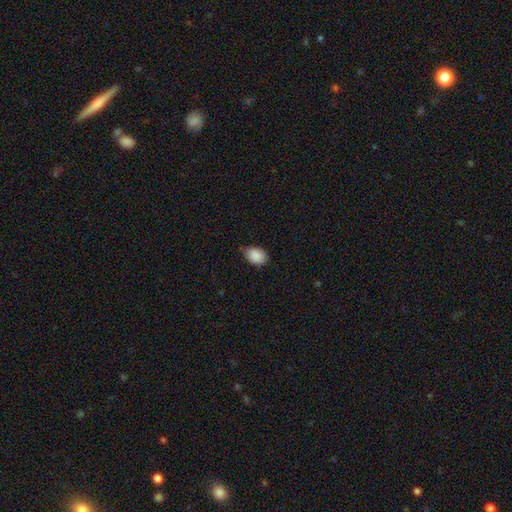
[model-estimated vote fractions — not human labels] Morphology: type=smooth (89%); roundness=in between (77%); merging=none (73%).